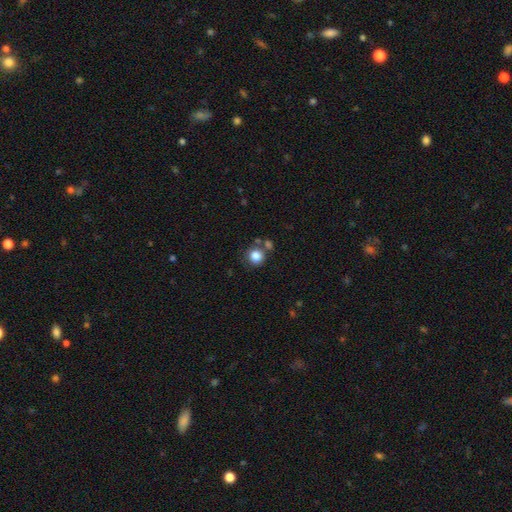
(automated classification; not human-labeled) Smooth or featured: smooth — 84% (star or artifact — 11%)
How rounded: round — 89% (in between — 10%)
Merging: none — 69% (merger — 15%)